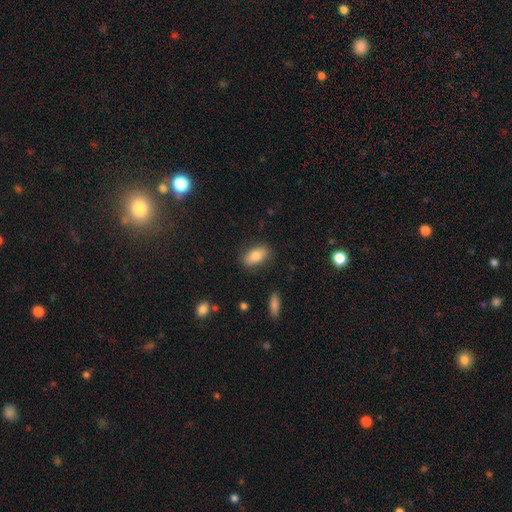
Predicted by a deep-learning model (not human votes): A smooth galaxy with no disk features (81%) that is in between round and cigar-shaped (88%).

Vote fractions:
- Smooth or featured? smooth: 81% / featured or disk: 12% / star or artifact: 7%
- How rounded? in between: 88% / cigar-shaped: 7% / round: 6%
- Merging? none: 85% / minor disturbance: 11% / major disturbance: 3% / merger: 2%